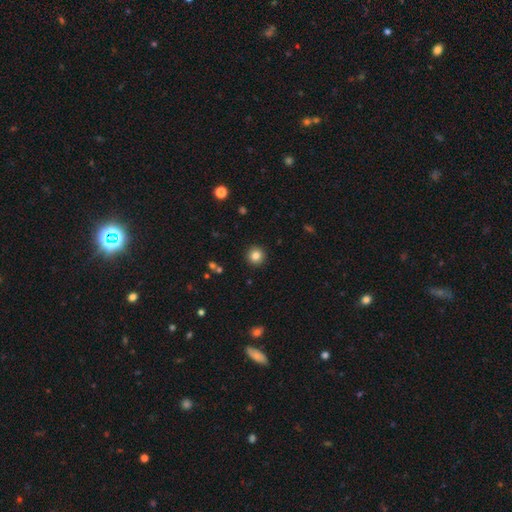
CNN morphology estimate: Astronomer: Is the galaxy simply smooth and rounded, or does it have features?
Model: smooth — 82%.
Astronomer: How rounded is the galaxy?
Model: round — 95%.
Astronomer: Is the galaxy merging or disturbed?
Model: none — 92%.